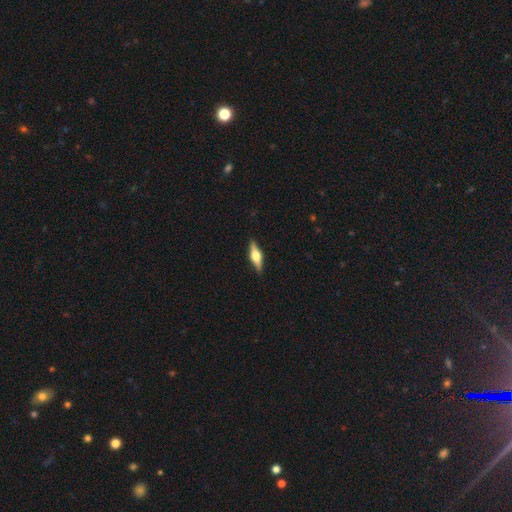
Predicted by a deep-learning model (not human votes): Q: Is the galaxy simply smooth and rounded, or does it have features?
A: featured or disk — 66%.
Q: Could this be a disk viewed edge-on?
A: yes — 96%.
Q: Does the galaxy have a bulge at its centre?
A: rounded — 94%.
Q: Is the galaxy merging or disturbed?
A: none — 90%.